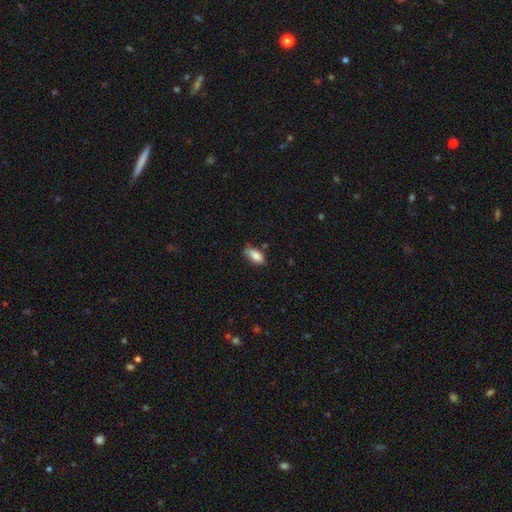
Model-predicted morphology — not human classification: This appears to be a smooth galaxy with no disk features (85%) that is in between round and cigar-shaped (87%). Merging: none (65%).